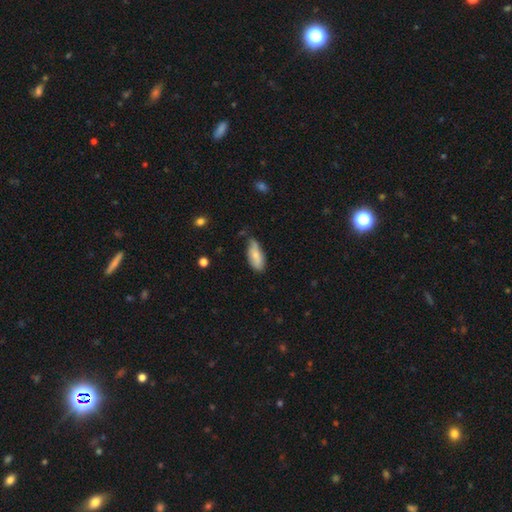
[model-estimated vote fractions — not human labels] Overall: smooth (75%). How rounded: in between (83%). Merging: none (51%; minor disturbance 39%).